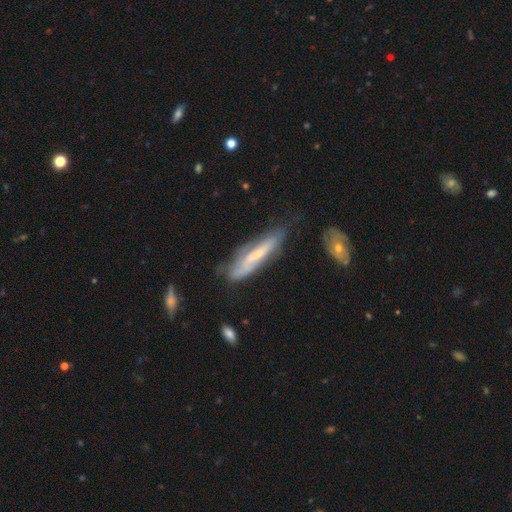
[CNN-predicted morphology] A featured or disk galaxy (59%) viewed edge-on (56%).

Vote fractions:
- Smooth or featured? featured or disk: 59% / smooth: 34% / star or artifact: 8%
- Edge-on disk? yes: 56% / no: 44%
- Merging? none: 51% / minor disturbance: 30% / major disturbance: 14% / merger: 5%